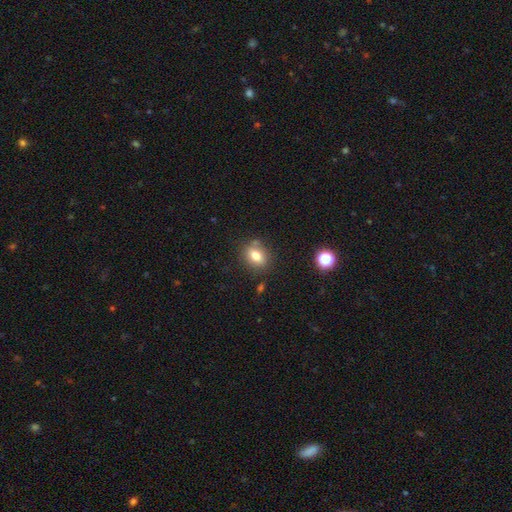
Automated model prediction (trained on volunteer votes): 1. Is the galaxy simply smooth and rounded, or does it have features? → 77% smooth, 11% star or artifact, 11% featured or disk.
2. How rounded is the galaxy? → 57% in between, 41% round, 2% cigar-shaped.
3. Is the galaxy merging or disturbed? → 77% none, 13% minor disturbance, 6% merger, 3% major disturbance.